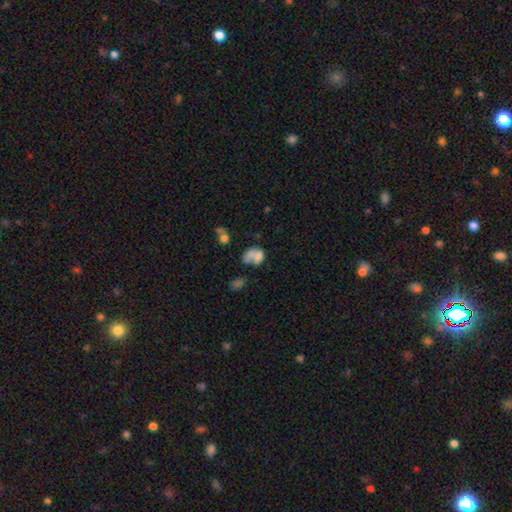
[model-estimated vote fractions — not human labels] Overall: smooth (61%; featured or disk 26%). How rounded: in between (75%). Merging: merger (39%; major disturbance 23%).